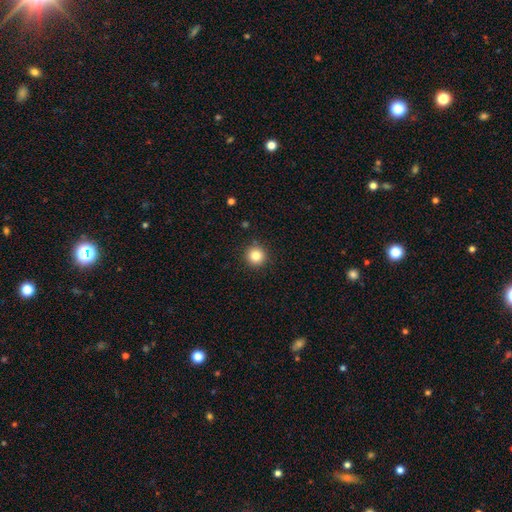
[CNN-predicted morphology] A smooth galaxy with no disk features (83%) that is round (96%). Merging: none (91%).